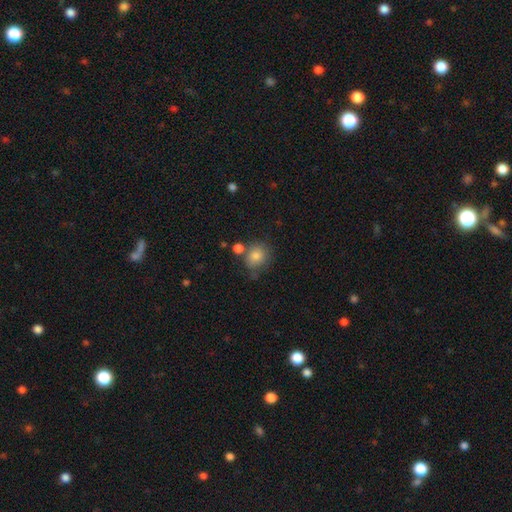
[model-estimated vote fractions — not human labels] Morphology: type=smooth (81%); roundness=round (78%); merging=none (66%).